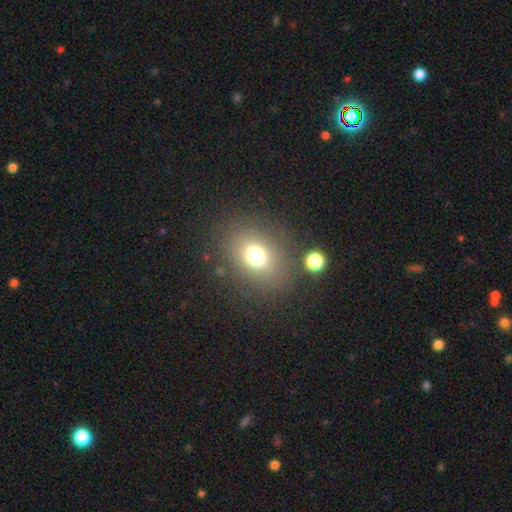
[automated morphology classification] Smooth or featured? Predicted: smooth (p=0.72). How rounded? Predicted: round (p=0.54). Merging? Predicted: none (p=0.81).